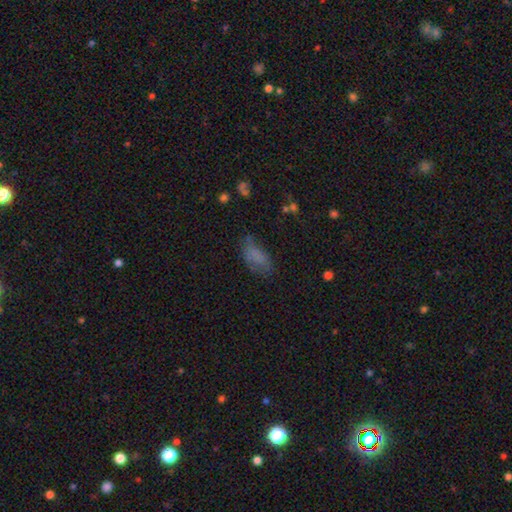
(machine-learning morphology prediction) Q: Smooth or featured?
A: smooth (71%); runner-up: featured or disk (16%)
Q: How rounded?
A: in between (88%); runner-up: cigar-shaped (9%)
Q: Merging?
A: none (54%); runner-up: minor disturbance (28%)